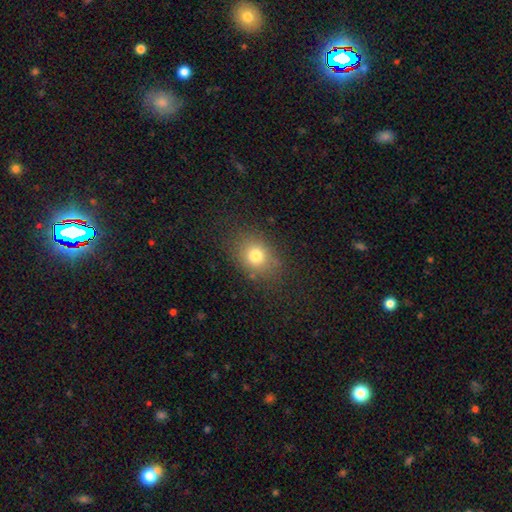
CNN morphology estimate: Smooth or featured: smooth — 77% (star or artifact — 13%)
How rounded: in between — 50% (round — 49%)
Merging: none — 79% (minor disturbance — 14%)